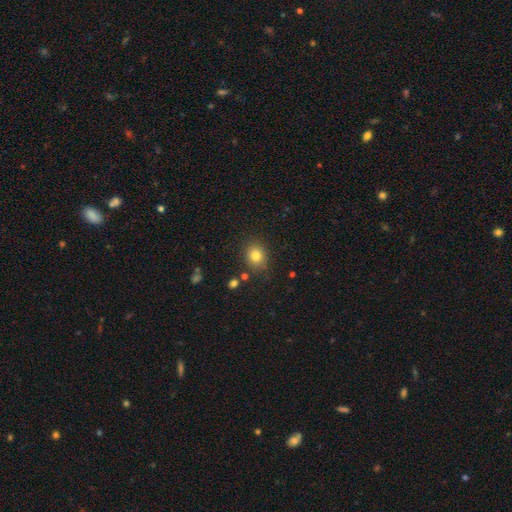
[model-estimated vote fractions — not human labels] The model was most divided on "how rounded": round: 71%, in between: 28%, cigar-shaped: 1%. More confident: merging — none (84%); smooth or featured — smooth (81%).